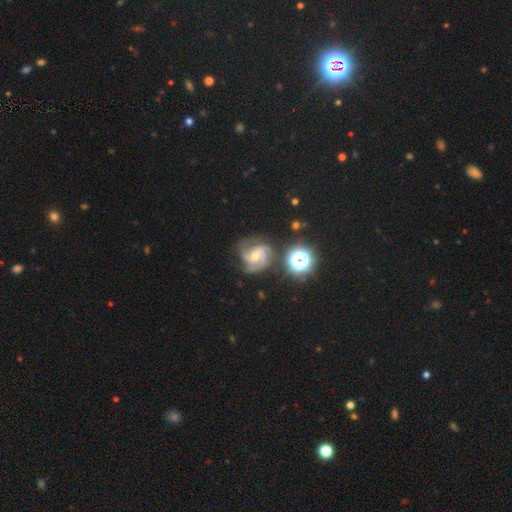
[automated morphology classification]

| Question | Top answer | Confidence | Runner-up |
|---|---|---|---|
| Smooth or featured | featured or disk | 85% | star or artifact (8%) |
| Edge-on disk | no | 98% | yes (2%) |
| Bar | no | 56% | weak (34%) |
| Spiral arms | yes | 97% | no (3%) |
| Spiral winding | medium | 50% | tight (38%) |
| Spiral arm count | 3 | 60% | 2 (17%) |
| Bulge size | moderate | 62% | small (33%) |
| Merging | none | 65% | minor disturbance (21%) |